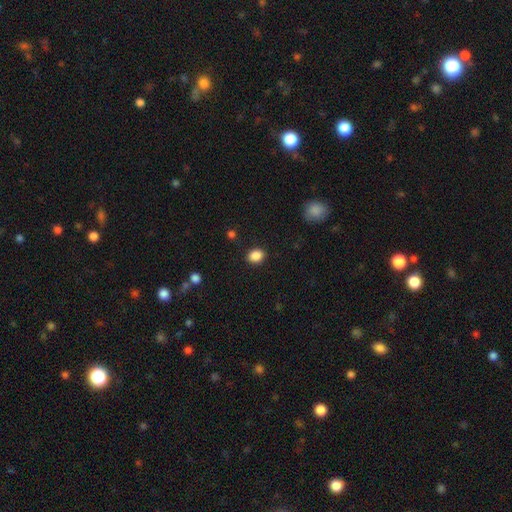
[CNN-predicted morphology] This is clearly a smooth galaxy (87%). How rounded: possibly in between (53%). Merging: clearly none (88%).